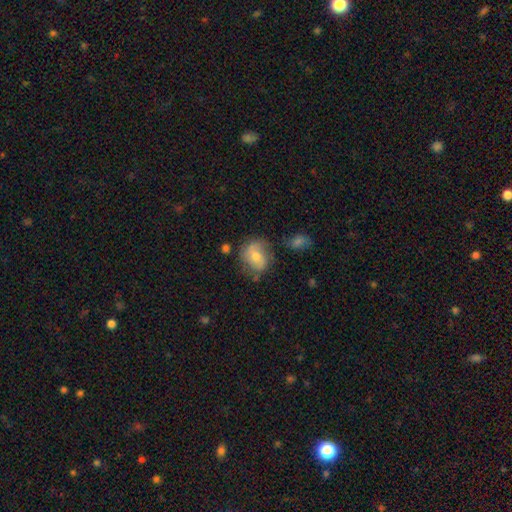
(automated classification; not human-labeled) This is possibly a smooth galaxy (49%). Merging: likely none (61%).